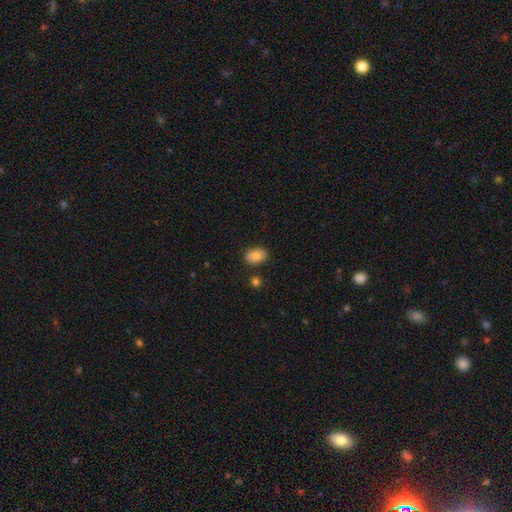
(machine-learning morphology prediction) Q: Smooth or featured?
A: smooth (83%); runner-up: featured or disk (9%)
Q: How rounded?
A: in between (81%); runner-up: round (18%)
Q: Merging?
A: none (82%); runner-up: minor disturbance (13%)